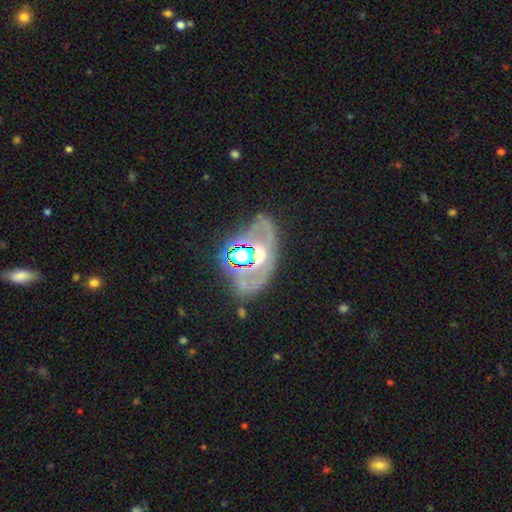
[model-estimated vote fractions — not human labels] Smooth or featured?
  - featured or disk: 61% *
  - star or artifact: 20%
  - smooth: 19%
Edge-on disk?
  - no: 90% *
  - yes: 10%
Bar?
  - no: 60% *
  - weak: 20%
  - strong: 20%
Spiral arms?
  - yes: 52% *
  - no: 48%
Bulge size?
  - moderate: 46% *
  - large: 32%
  - small: 11%
  - dominant: 8%
  - none: 4%
Merging?
  - none: 55% *
  - major disturbance: 21%
  - minor disturbance: 18%
  - merger: 6%